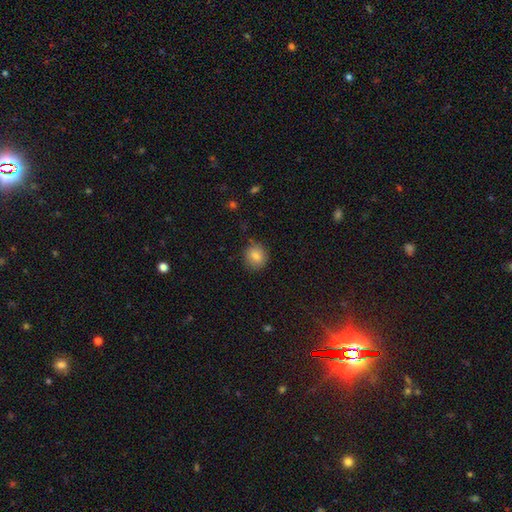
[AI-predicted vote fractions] The model was most divided on "merging": none: 82%, minor disturbance: 13%, major disturbance: 3%, merger: 2%. More confident: how rounded — round (85%); smooth or featured — smooth (82%).